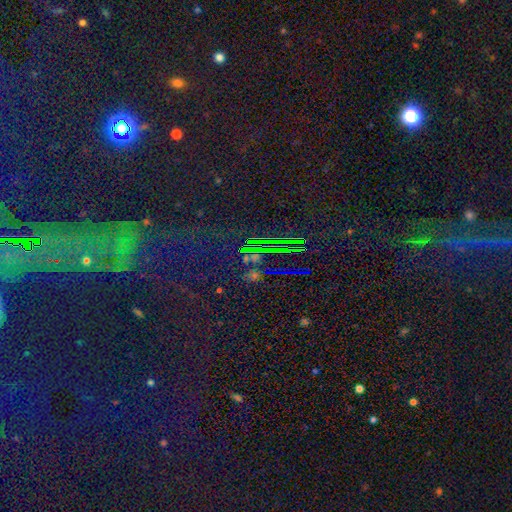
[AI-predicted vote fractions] Smooth or featured: star or artifact — 83% (smooth — 9%)